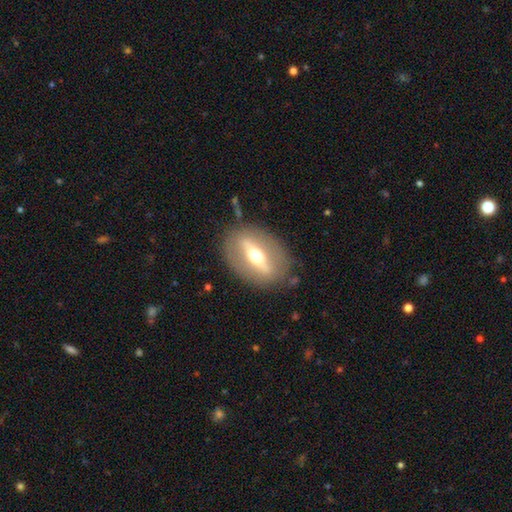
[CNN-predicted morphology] A featured or disk galaxy (67%). Merging: none (81%).